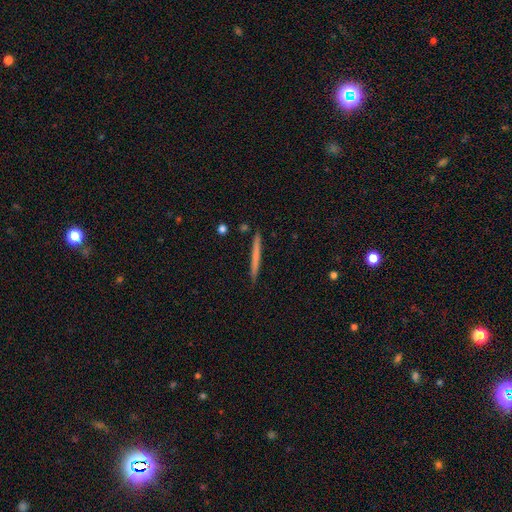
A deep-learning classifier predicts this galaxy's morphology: Smooth or featured: smooth — 61% (featured or disk — 33%)
How rounded: cigar-shaped — 97% (in between — 2%)
Merging: none — 91% (minor disturbance — 6%)